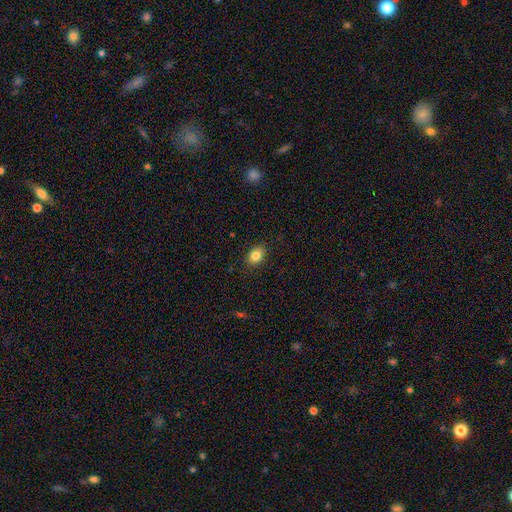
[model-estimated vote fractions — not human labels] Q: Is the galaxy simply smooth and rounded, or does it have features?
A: smooth — 84%.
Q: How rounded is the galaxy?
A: in between — 70%.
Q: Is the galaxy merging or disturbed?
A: none — 88%.